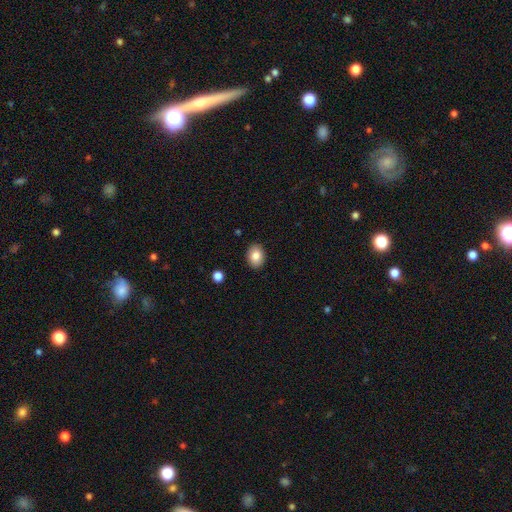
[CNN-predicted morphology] smooth_or_featured: smooth (p=0.85) [alt: star or artifact p=0.08]
how_rounded: in between (p=0.66) [alt: round p=0.33]
merging: none (p=0.89) [alt: minor disturbance p=0.08]